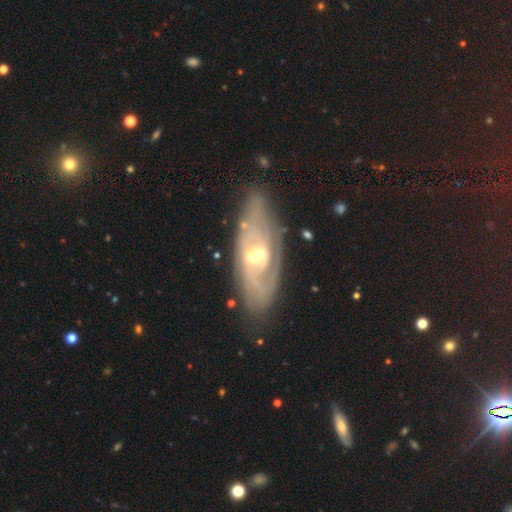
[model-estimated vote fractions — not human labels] Smooth or featured?
  - featured or disk: 81% *
  - smooth: 13%
  - star or artifact: 6%
Edge-on disk?
  - no: 88% *
  - yes: 12%
Bar?
  - weak: 44% *
  - no: 43%
  - strong: 14%
Spiral arms?
  - yes: 83% *
  - no: 17%
Spiral winding?
  - tight: 55% *
  - medium: 33%
  - loose: 11%
Spiral arm count?
  - 2: 43% *
  - can't tell: 38%
  - 3: 7%
  - 1: 6%
  - 4: 3%
  - more than 4: 3%
Bulge size?
  - moderate: 55% *
  - small: 39%
  - large: 4%
  - none: 1%
  - dominant: 1%
Merging?
  - none: 73% *
  - minor disturbance: 18%
  - major disturbance: 7%
  - merger: 2%